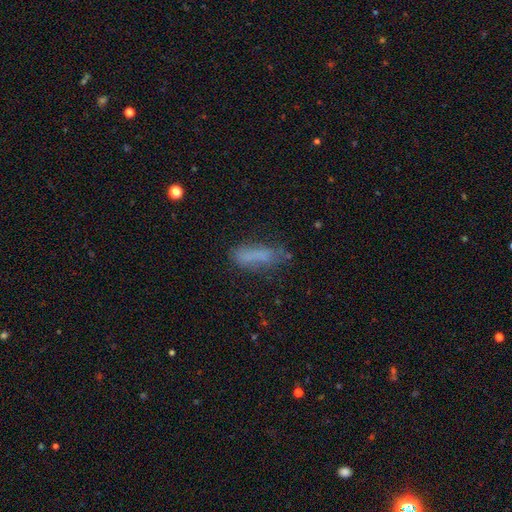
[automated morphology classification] A smooth galaxy with no disk features (69%) that is cigar-shaped (54%). Merging: none (57%).